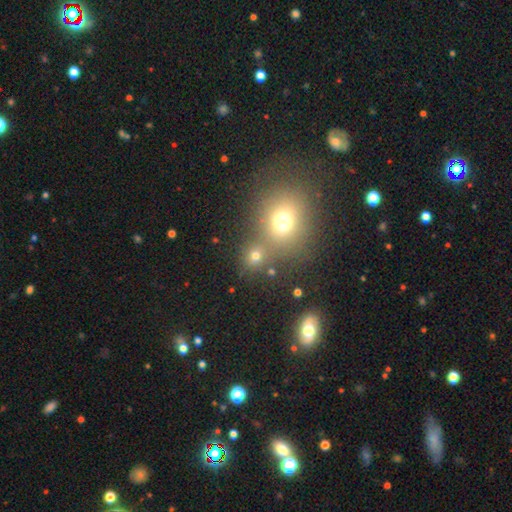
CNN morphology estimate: smooth-or-featured: smooth: 68% | star or artifact: 23% | featured or disk: 10%
  how-rounded: round: 81% | in between: 18% | cigar-shaped: 1%
  merging: none: 57% | merger: 31% | minor disturbance: 8% | major disturbance: 4%